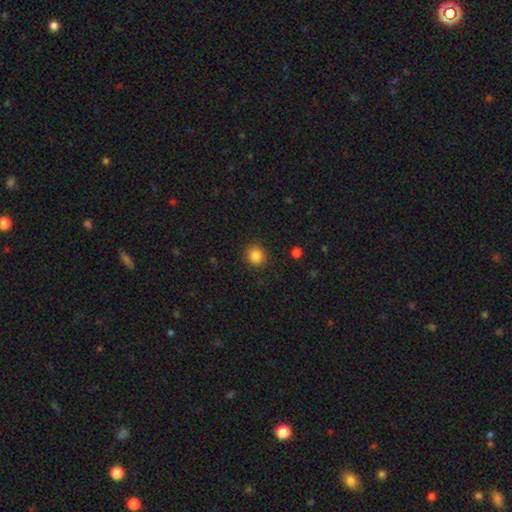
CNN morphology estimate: The model was most divided on "smooth or featured": smooth: 85%, star or artifact: 11%, featured or disk: 4%. More confident: how rounded — round (90%); merging — none (90%).